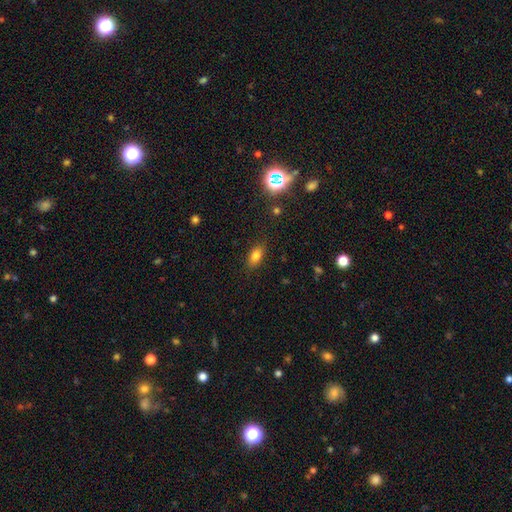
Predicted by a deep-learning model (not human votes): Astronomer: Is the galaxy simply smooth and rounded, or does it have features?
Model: smooth — 79%.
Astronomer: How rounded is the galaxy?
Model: in between — 85%.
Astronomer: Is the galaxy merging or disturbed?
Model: none — 85%.